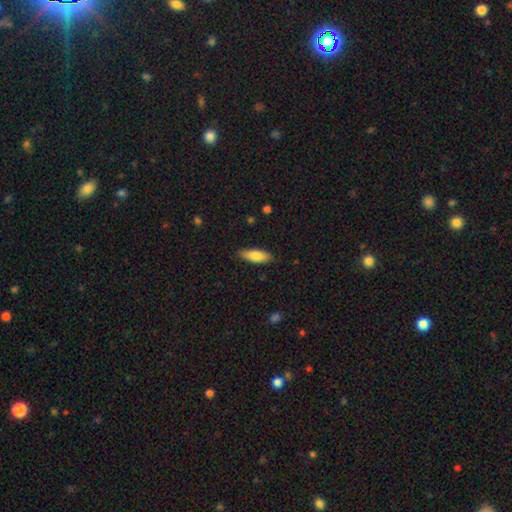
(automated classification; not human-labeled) Overall: smooth (81%). How rounded: in between (64%; cigar-shaped 34%). Merging: none (84%).